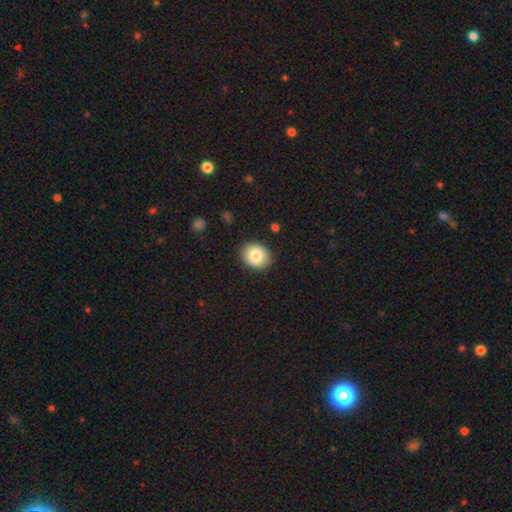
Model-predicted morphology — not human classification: Q: Smooth or featured?
A: smooth (84%); runner-up: featured or disk (8%)
Q: How rounded?
A: round (63%); runner-up: in between (36%)
Q: Merging?
A: none (89%); runner-up: minor disturbance (8%)